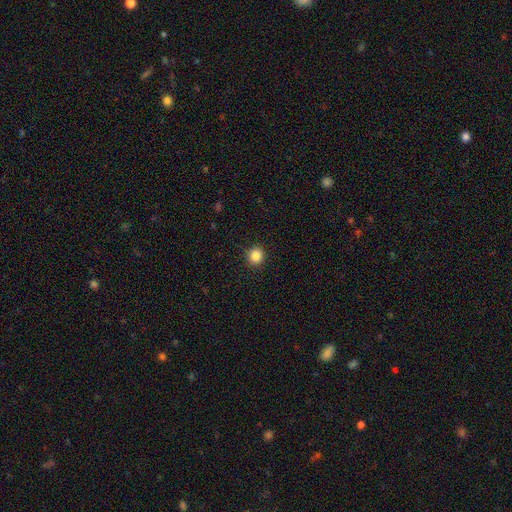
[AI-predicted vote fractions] Morphology: type=smooth (85%); roundness=round (90%); merging=none (92%).